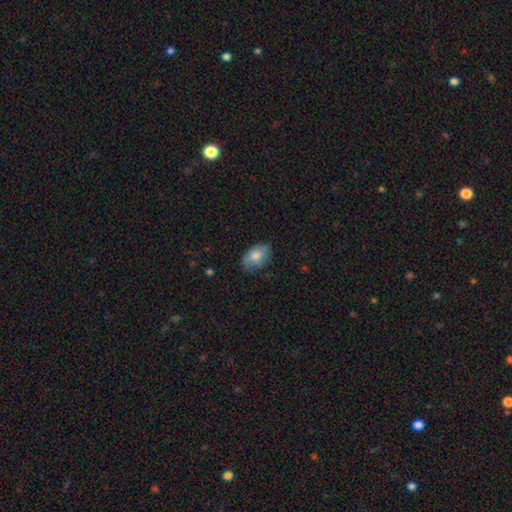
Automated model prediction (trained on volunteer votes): This appears to be a smooth galaxy with no disk features (74%) that is in between round and cigar-shaped (89%). Merging: none (76%).